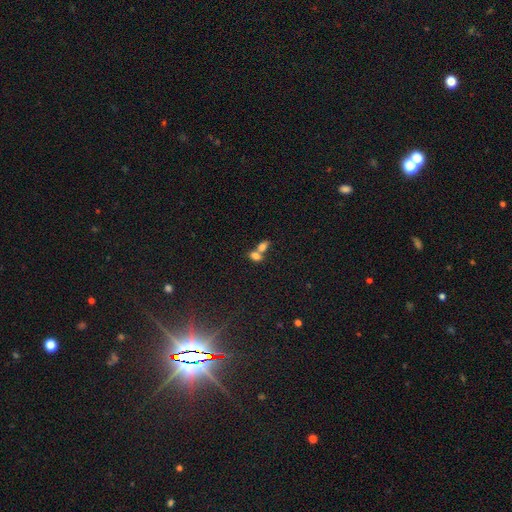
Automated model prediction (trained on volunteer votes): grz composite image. It shows a smooth galaxy with no disk features (77%) that is in between round and cigar-shaped (81%). Merging: merger (67%).